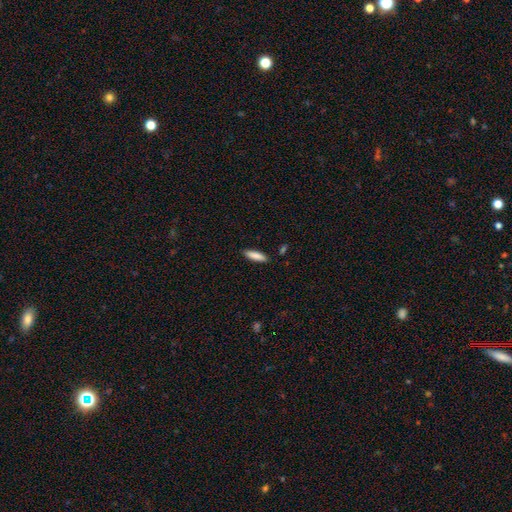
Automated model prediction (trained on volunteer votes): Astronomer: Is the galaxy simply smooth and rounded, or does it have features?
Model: smooth — 86%.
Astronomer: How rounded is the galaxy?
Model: cigar-shaped — 65%.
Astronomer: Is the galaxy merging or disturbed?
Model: none — 88%.